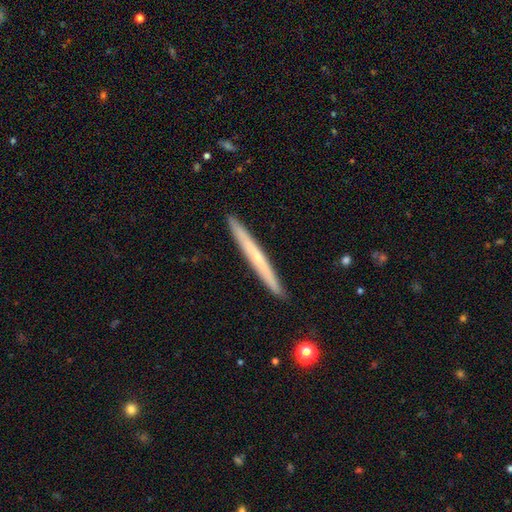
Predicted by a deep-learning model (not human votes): The model was most divided on "smooth or featured": featured or disk: 52%, smooth: 42%, star or artifact: 6%. More confident: edge-on disk — yes (96%); merging — none (92%); edge-on bulge — none (66%).